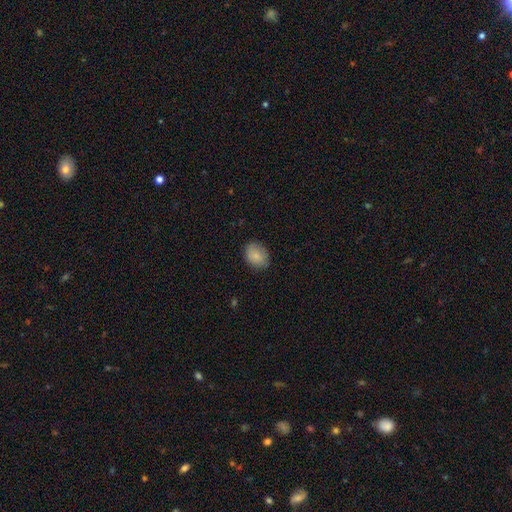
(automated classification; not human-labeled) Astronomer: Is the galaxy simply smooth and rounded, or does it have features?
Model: smooth — 84%.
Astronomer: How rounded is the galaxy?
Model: in between — 58% (runner-up: round, 41%).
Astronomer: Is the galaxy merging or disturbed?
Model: none — 81%.